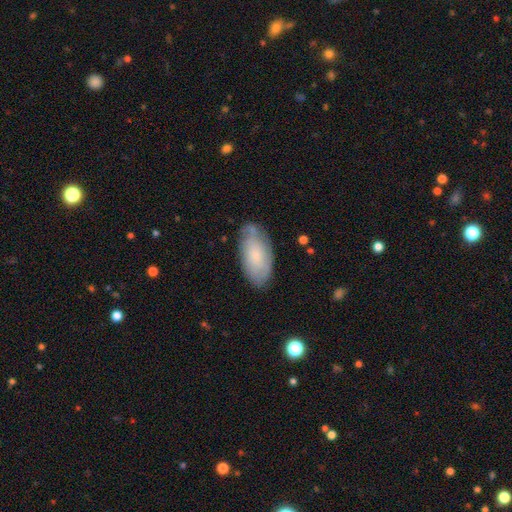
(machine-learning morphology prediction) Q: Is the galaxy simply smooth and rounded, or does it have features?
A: smooth — 60%.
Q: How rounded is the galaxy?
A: in between — 91%.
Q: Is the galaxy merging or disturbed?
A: none — 72%.